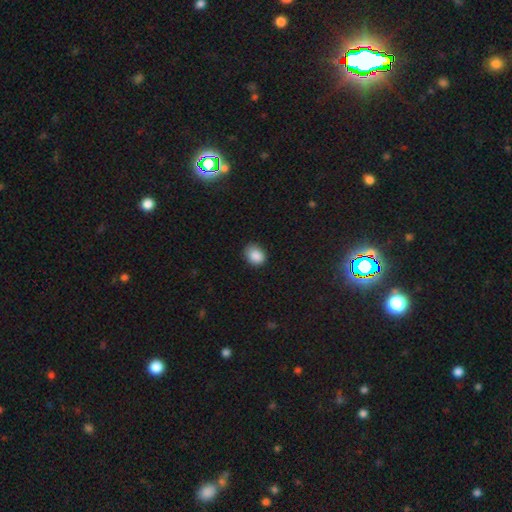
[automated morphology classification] Smooth or featured: smooth — 88% (star or artifact — 9%)
How rounded: round — 54% (in between — 46%)
Merging: none — 80% (minor disturbance — 16%)